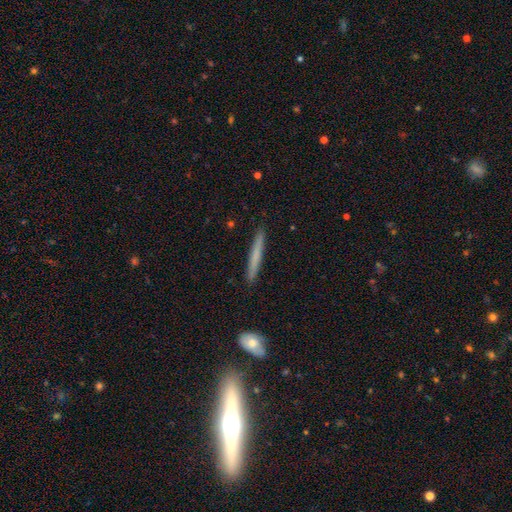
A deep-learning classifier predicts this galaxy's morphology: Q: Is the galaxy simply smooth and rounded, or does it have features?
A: smooth — 60%.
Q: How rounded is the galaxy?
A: cigar-shaped — 97%.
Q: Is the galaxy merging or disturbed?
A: none — 91%.